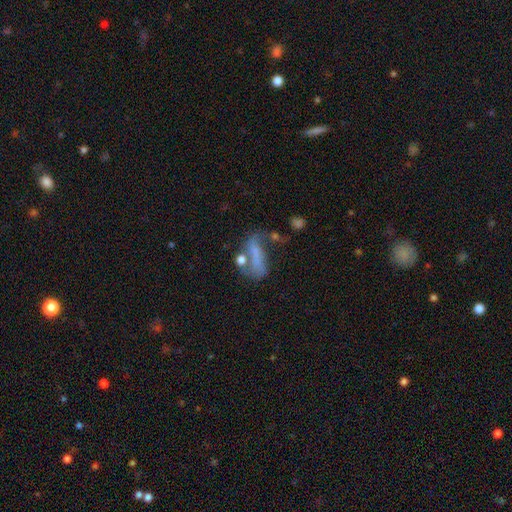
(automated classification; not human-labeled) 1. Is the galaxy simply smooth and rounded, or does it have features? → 43% featured or disk, 42% smooth, 15% star or artifact.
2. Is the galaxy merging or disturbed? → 30% major disturbance, 29% none, 22% merger, 18% minor disturbance.